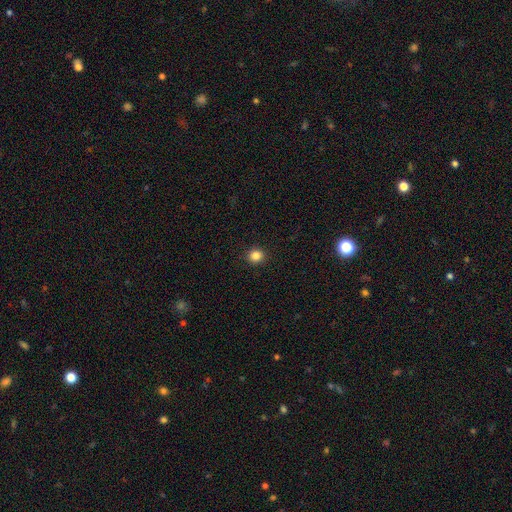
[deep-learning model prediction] smooth_or_featured: smooth (p=0.85) [alt: star or artifact p=0.11]
how_rounded: round (p=0.89) [alt: in between p=0.10]
merging: none (p=0.93) [alt: minor disturbance p=0.05]